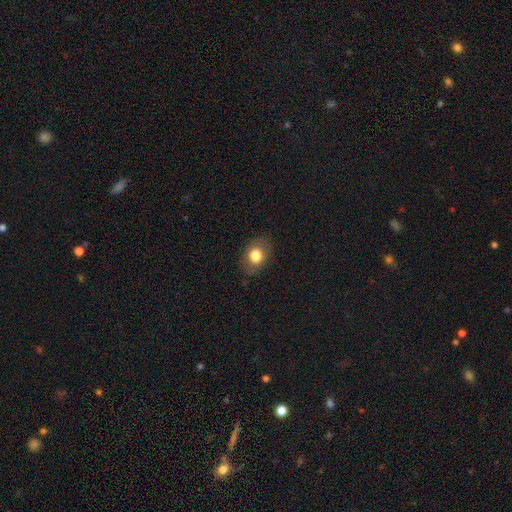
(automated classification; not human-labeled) This is likely a smooth galaxy (78%). How rounded: likely in between (61%). Merging: clearly none (82%).